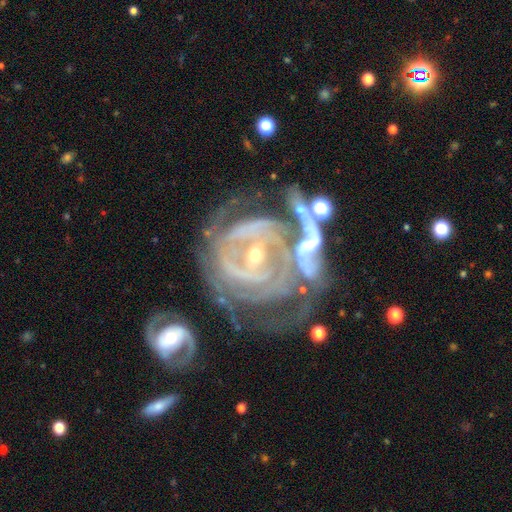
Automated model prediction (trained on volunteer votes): Smooth or featured?
  - featured or disk: 89% *
  - star or artifact: 6%
  - smooth: 5%
Edge-on disk?
  - no: 97% *
  - yes: 3%
Bar?
  - weak: 35% *
  - no: 33%
  - strong: 32%
Spiral arms?
  - yes: 94% *
  - no: 6%
Spiral winding?
  - tight: 61% *
  - medium: 30%
  - loose: 9%
Spiral arm count?
  - 2: 30% *
  - can't tell: 27%
  - 3: 22%
  - 4: 9%
  - 1: 6%
  - more than 4: 6%
Bulge size?
  - small: 63% *
  - moderate: 33%
  - large: 2%
  - none: 2%
  - dominant: 1%
Merging?
  - merger: 35% *
  - none: 25%
  - major disturbance: 23%
  - minor disturbance: 17%